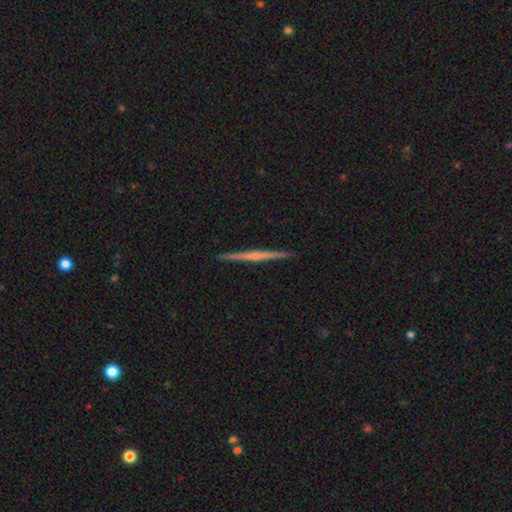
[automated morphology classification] This is likely a featured or disk galaxy (67%). It is clearly viewed edge-on (98%). Edge-on bulge: possibly none (53%). Merging: clearly none (93%).